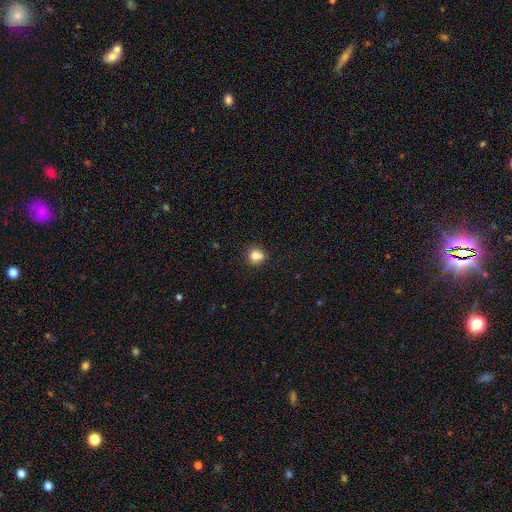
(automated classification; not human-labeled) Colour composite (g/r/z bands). It shows a smooth galaxy with no disk features (81%) that is round (85%). Merging: none (70%).